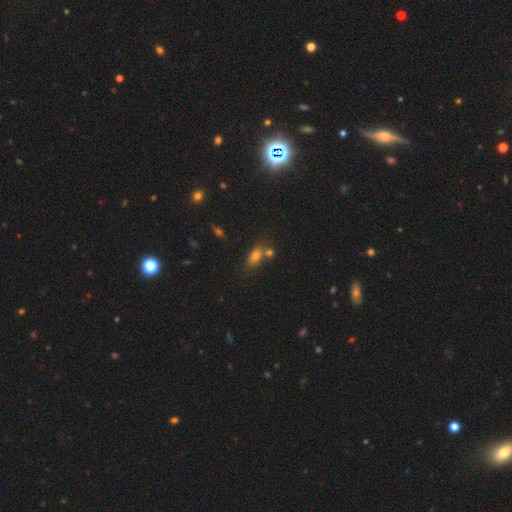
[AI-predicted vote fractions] smooth_or_featured: smooth (p=0.71) [alt: star or artifact p=0.15]
how_rounded: in between (p=0.74) [alt: round p=0.13]
merging: none (p=0.53) [alt: merger p=0.29]